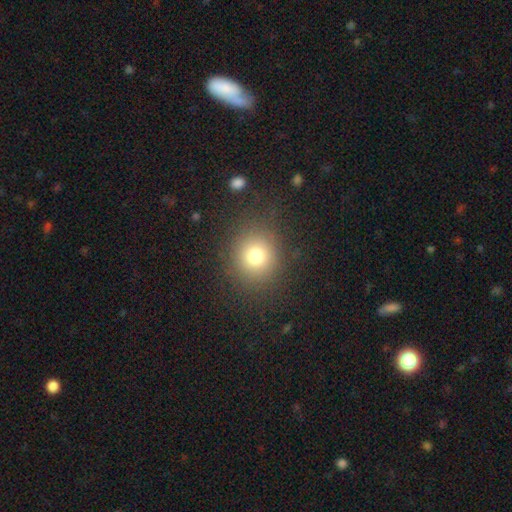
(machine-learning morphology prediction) Overall: smooth (76%). How rounded: round (88%). Merging: none (85%).